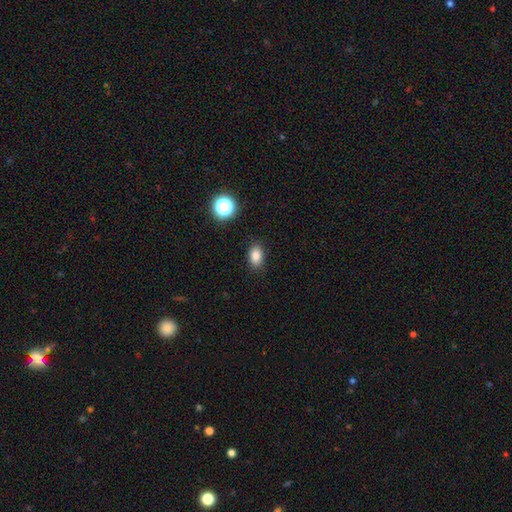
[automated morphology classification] This is clearly a smooth galaxy (82%). How rounded: clearly in between (82%). Merging: clearly none (87%).